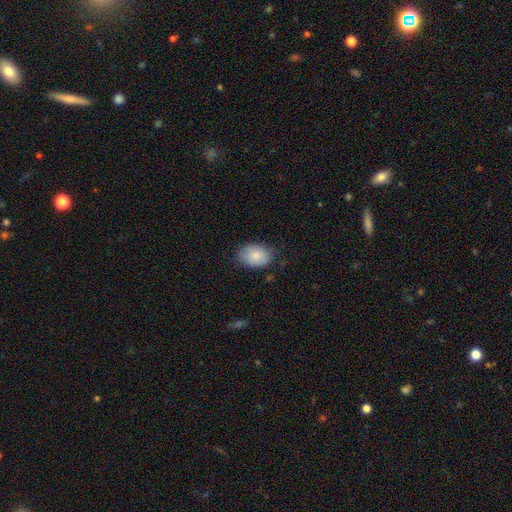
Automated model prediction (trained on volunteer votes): Smooth or featured? smooth (84%)
How rounded? in between (77%)
Merging? none (73%)